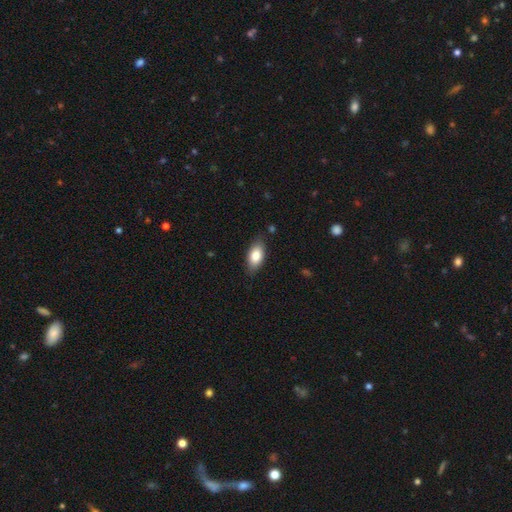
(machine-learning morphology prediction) Smooth or featured?
  - smooth: 81% *
  - featured or disk: 12%
  - star or artifact: 7%
How rounded?
  - in between: 91% *
  - cigar-shaped: 5%
  - round: 4%
Merging?
  - none: 82% *
  - minor disturbance: 14%
  - major disturbance: 3%
  - merger: 1%